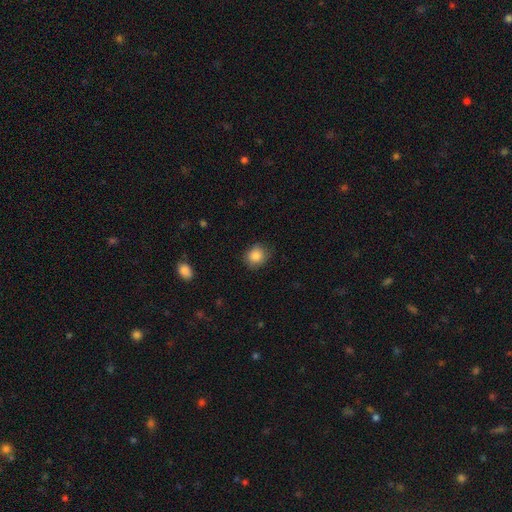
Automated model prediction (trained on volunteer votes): The model was most divided on "how rounded": round: 74%, in between: 25%, cigar-shaped: 1%. More confident: smooth or featured — smooth (85%); merging — none (78%).